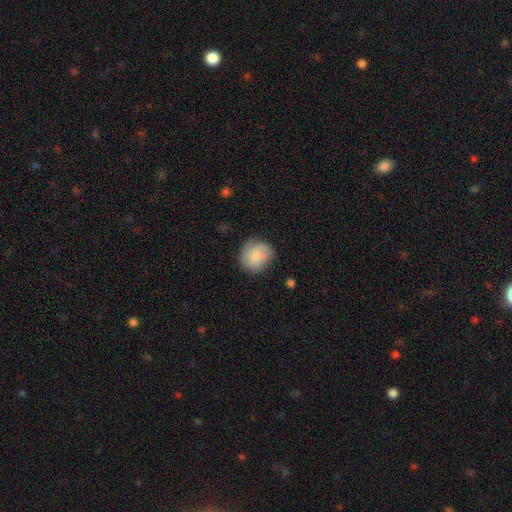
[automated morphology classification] A smooth galaxy with no disk features (63%) that is round (82%). Merging: none (73%).